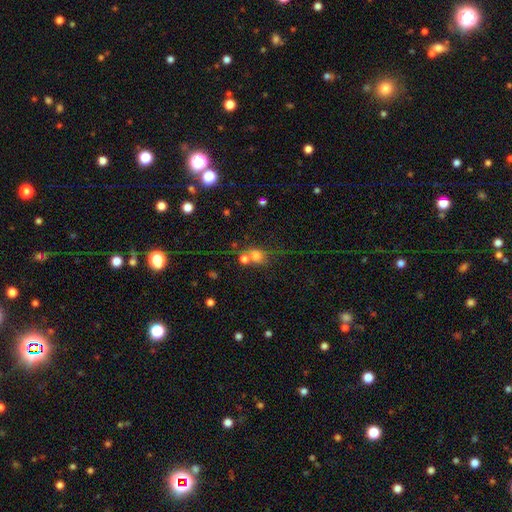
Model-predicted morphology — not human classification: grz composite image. It shows a smooth galaxy with no disk features (75%) that is round (70%). Merging: none (43%).